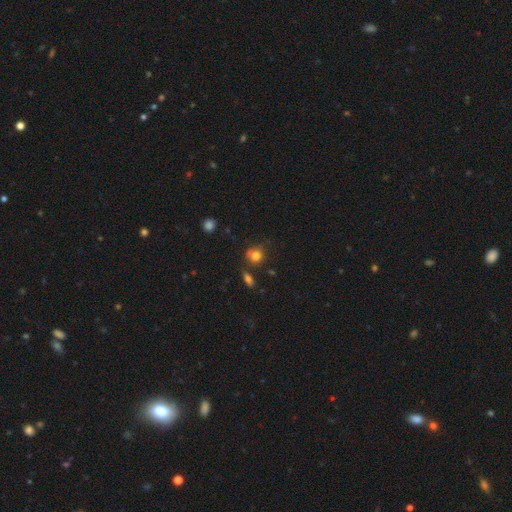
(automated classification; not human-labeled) This is likely a smooth galaxy (79%). How rounded: clearly round (81%). Merging: likely none (67%).